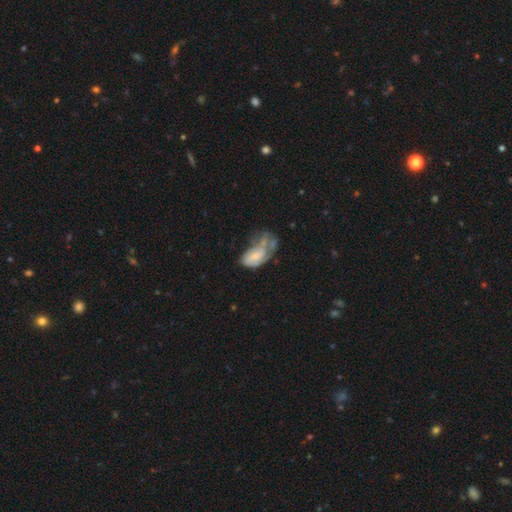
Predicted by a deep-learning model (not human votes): smooth_or_featured: smooth (p=0.49) [alt: featured or disk p=0.42]
merging: major disturbance (p=0.38) [alt: minor disturbance p=0.26]